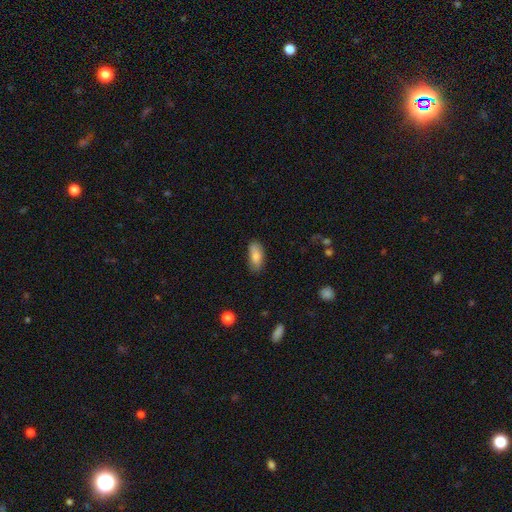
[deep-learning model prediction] Smooth or featured? smooth (81%)
How rounded? in between (84%)
Merging? none (76%)